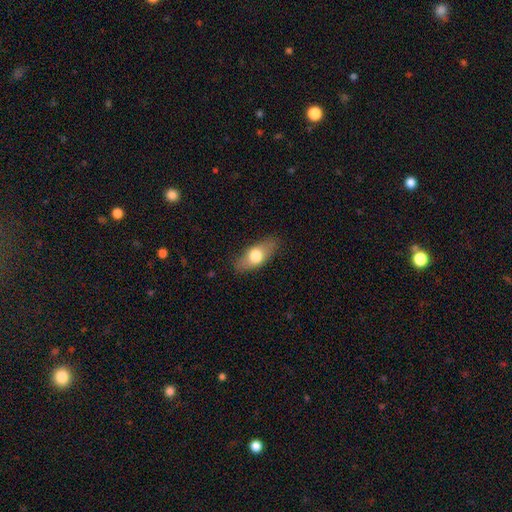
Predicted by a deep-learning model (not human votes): A smooth galaxy with no disk features (67%) that is in between round and cigar-shaped (78%). Merging: none (83%).